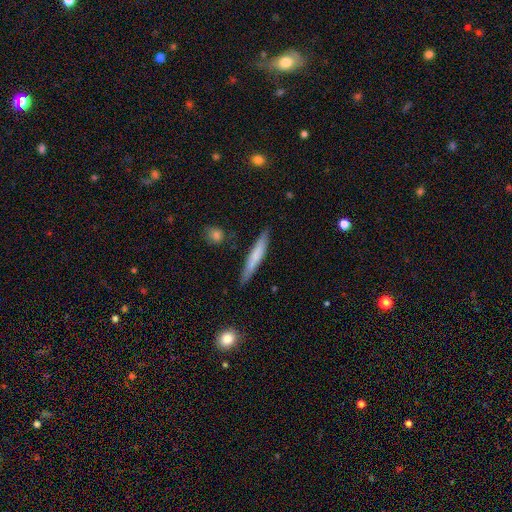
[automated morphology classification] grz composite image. It shows a smooth galaxy with no disk features (65%) that is cigar-shaped (94%). Merging: none (85%).